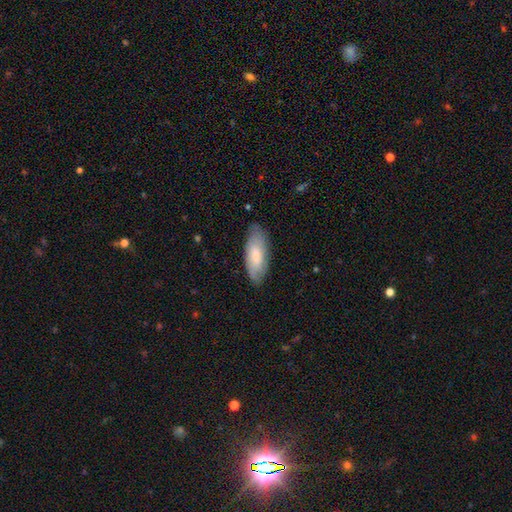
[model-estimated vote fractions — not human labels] smooth 71%, featured or disk 24%, star or artifact 6%. Down the decision tree: how rounded — in between (79%); merging — none (77%).